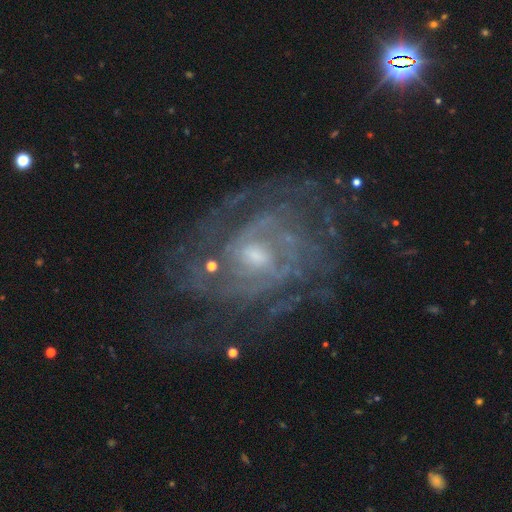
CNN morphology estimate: Smooth or featured? featured or disk (88%)
Edge-on disk? no (97%)
Bar? weak (48%)
Spiral arms? yes (95%)
Spiral winding? tight (56%)
Spiral arm count? can't tell (33%)
Bulge size? small (52%)
Merging? none (68%)